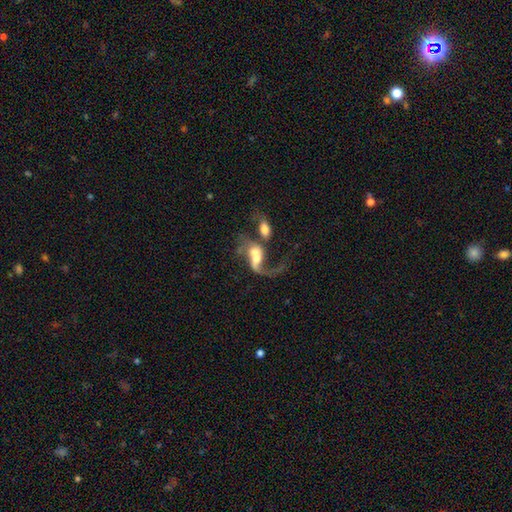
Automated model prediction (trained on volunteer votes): Overall: featured or disk (64%; smooth 27%). Edge-on disk: no (95%). Bar: no (58%; weak 30%). Spiral arms: yes (74%). Bulge size: moderate (40%; small 23%). Merging: merger (65%).